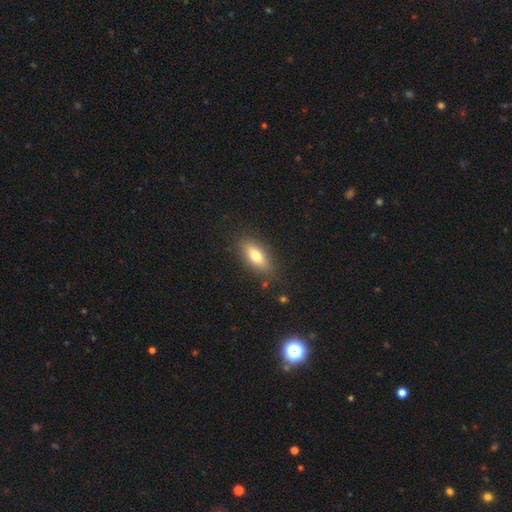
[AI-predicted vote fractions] This is likely a smooth galaxy (73%). How rounded: clearly in between (82%). Merging: clearly none (85%).